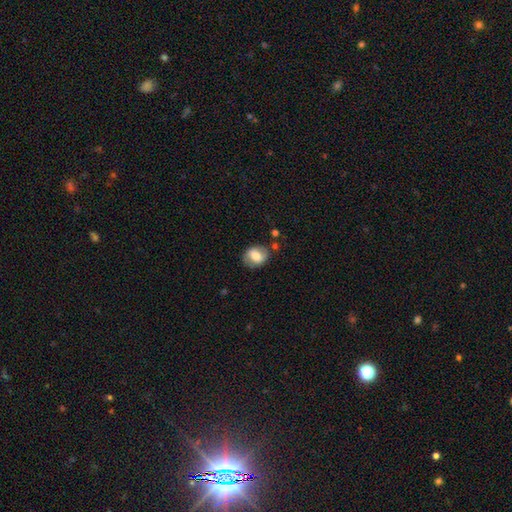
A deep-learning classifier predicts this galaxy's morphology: smooth 64%, featured or disk 28%, star or artifact 8%. Down the decision tree: how rounded — round (52%); merging — none (74%).